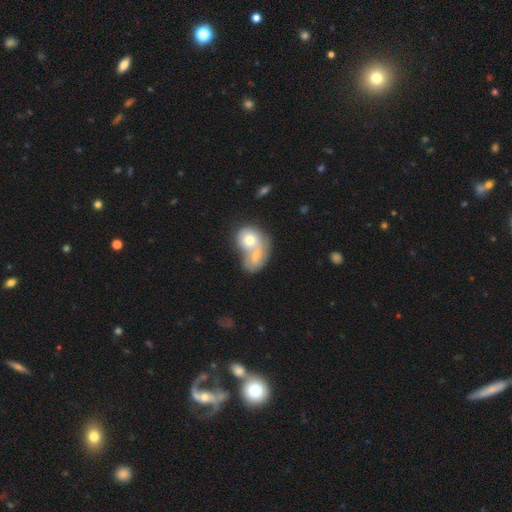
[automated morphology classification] Overall: smooth (63%; featured or disk 29%). How rounded: in between (60%; round 37%). Merging: merger (72%).